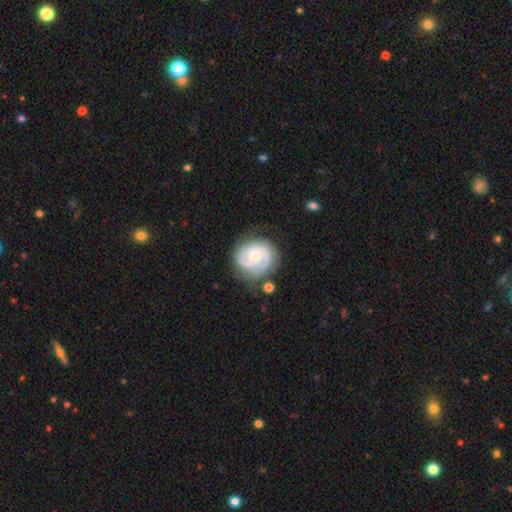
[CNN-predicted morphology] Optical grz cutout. It shows a featured or disk galaxy (76%) with no bar (71%), 2 (54%) tight (56%) spiral arms (93%) and a small central bulge (57%). Merging: none (67%).